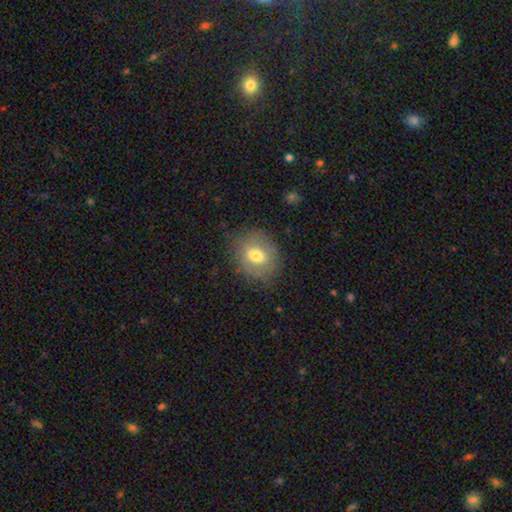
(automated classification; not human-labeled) Smooth or featured?
  - smooth: 65% *
  - featured or disk: 26%
  - star or artifact: 9%
How rounded?
  - round: 60% *
  - in between: 39%
  - cigar-shaped: 1%
Merging?
  - none: 76% *
  - minor disturbance: 17%
  - major disturbance: 7%
  - merger: 1%